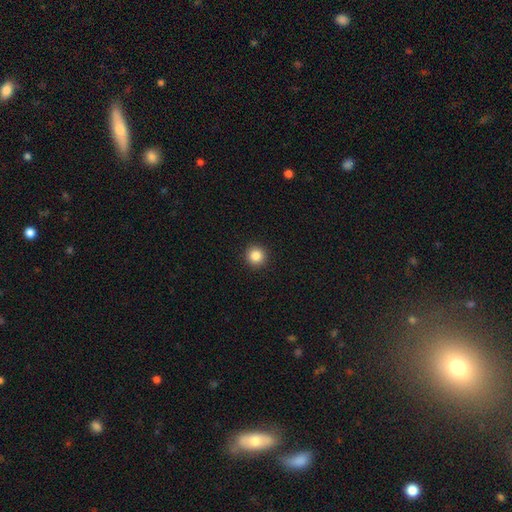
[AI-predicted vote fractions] smooth_or_featured: smooth (p=0.85) [alt: star or artifact p=0.11]
how_rounded: round (p=0.95) [alt: in between p=0.04]
merging: none (p=0.93) [alt: minor disturbance p=0.04]